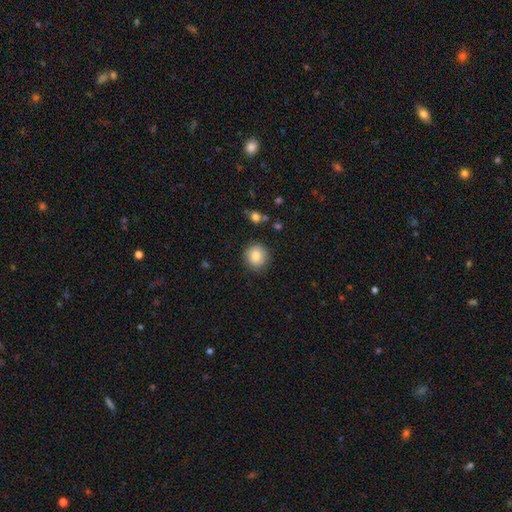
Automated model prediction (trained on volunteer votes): Smooth or featured?
  - smooth: 85% *
  - star or artifact: 9%
  - featured or disk: 7%
How rounded?
  - round: 91% *
  - in between: 8%
  - cigar-shaped: 1%
Merging?
  - none: 87% *
  - minor disturbance: 9%
  - major disturbance: 2%
  - merger: 2%